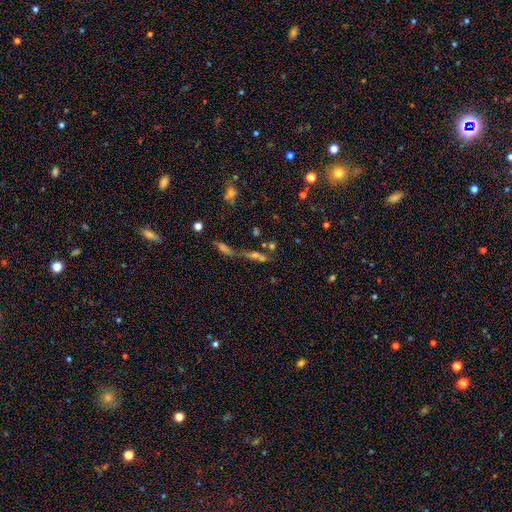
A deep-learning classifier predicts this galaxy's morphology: A star or artifact, not a galaxy (36%, tied with smooth).

Vote fractions:
- Smooth or featured? star or artifact: 36% (tied) / smooth: 36% (tied) / featured or disk: 28%